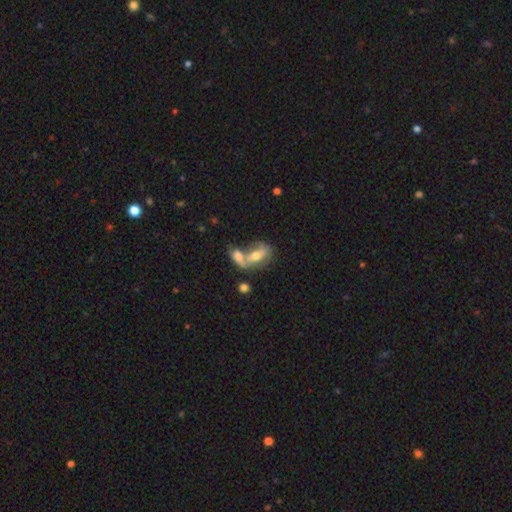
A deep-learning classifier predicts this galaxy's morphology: The model was most divided on "smooth or featured": featured or disk: 50%, smooth: 41%, star or artifact: 9%. More confident: merging — merger (59%).